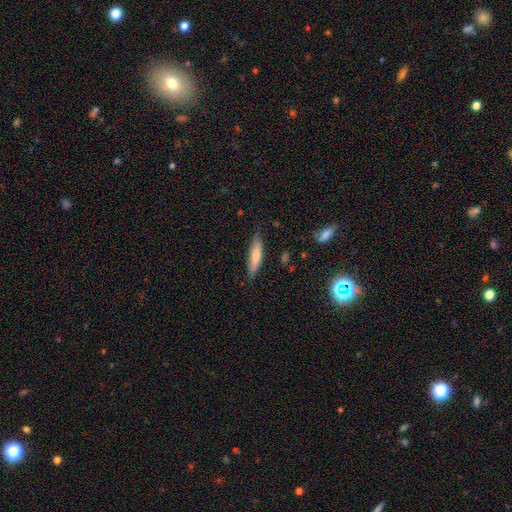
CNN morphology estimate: This is likely a smooth galaxy (68%). How rounded: likely cigar-shaped (75%). Merging: likely none (79%).